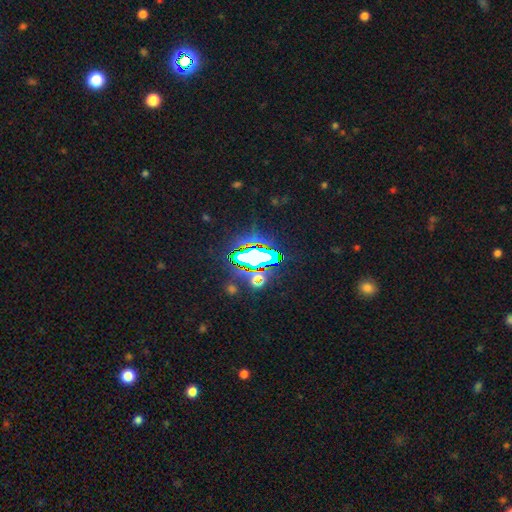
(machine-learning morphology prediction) This is clearly a star or artifact rather than a galaxy (81%).